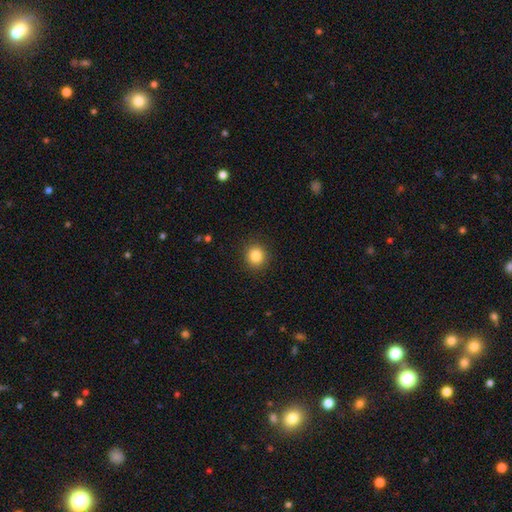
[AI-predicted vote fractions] A smooth galaxy with no disk features (85%) that is round (87%). Merging: none (90%).